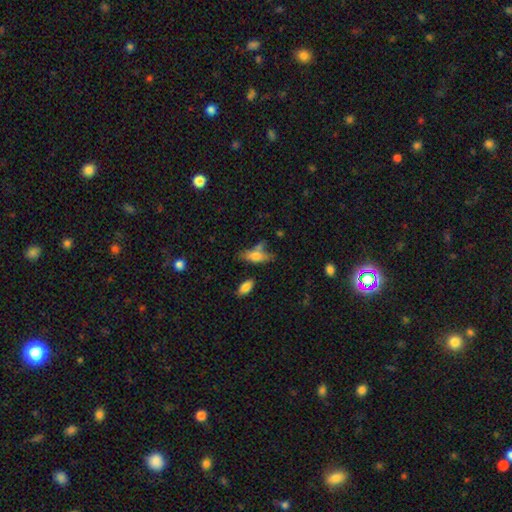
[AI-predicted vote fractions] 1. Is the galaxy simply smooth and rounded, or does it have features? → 69% smooth, 22% featured or disk, 9% star or artifact.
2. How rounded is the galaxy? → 76% in between, 20% cigar-shaped, 4% round.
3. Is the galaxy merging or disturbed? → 47% none, 23% minor disturbance, 18% merger, 11% major disturbance.